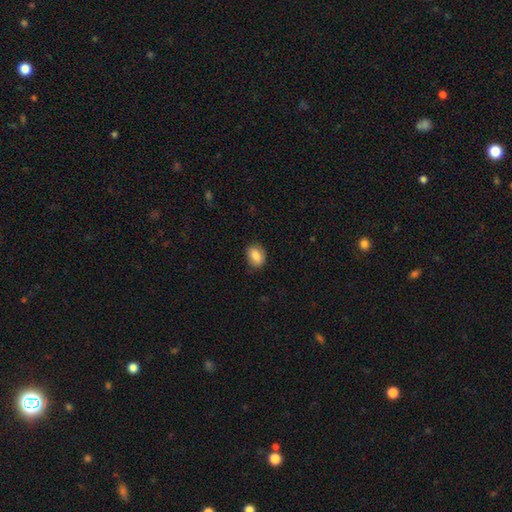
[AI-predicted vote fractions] A smooth galaxy with no disk features (81%) that is in between round and cigar-shaped (71%). Merging: none (82%).